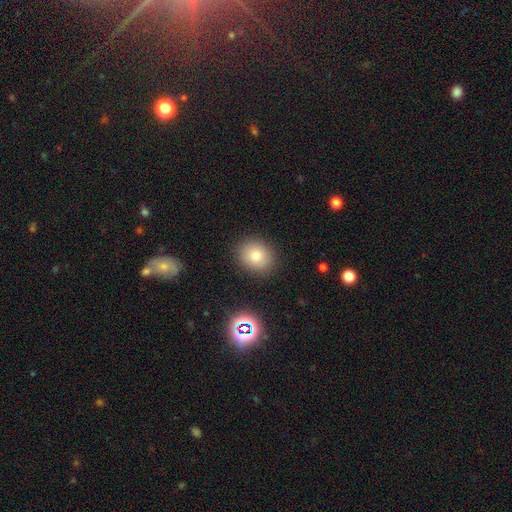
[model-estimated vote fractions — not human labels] Smooth or featured? Predicted: smooth (p=0.78). How rounded? Predicted: round (p=0.67). Merging? Predicted: none (p=0.87).